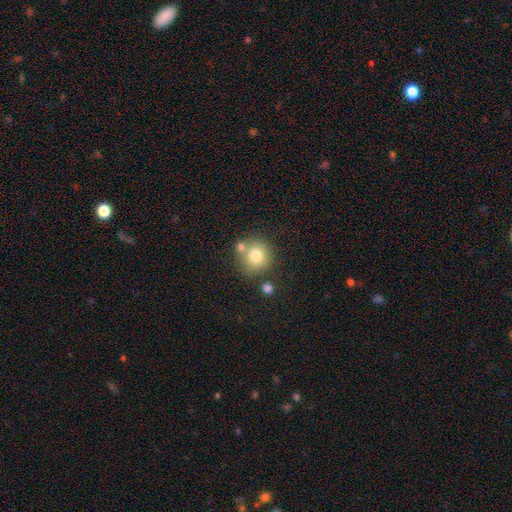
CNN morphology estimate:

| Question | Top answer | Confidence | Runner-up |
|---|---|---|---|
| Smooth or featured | smooth | 77% | featured or disk (12%) |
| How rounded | round | 88% | in between (11%) |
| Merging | none | 64% | merger (20%) |